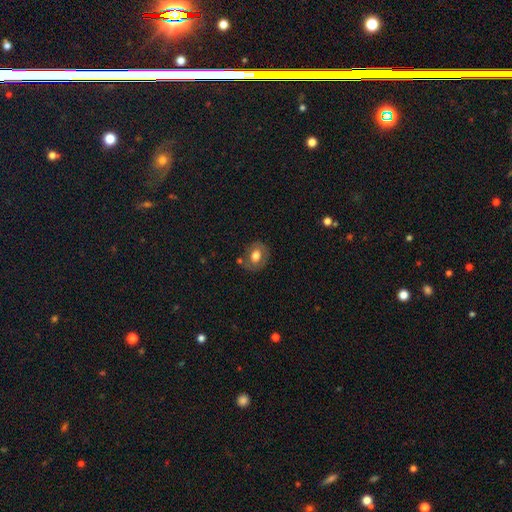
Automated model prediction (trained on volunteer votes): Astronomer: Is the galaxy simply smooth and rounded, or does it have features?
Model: smooth — 64%.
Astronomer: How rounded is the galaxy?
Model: round — 56% (runner-up: in between, 43%).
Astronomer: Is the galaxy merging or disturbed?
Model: none — 75%.